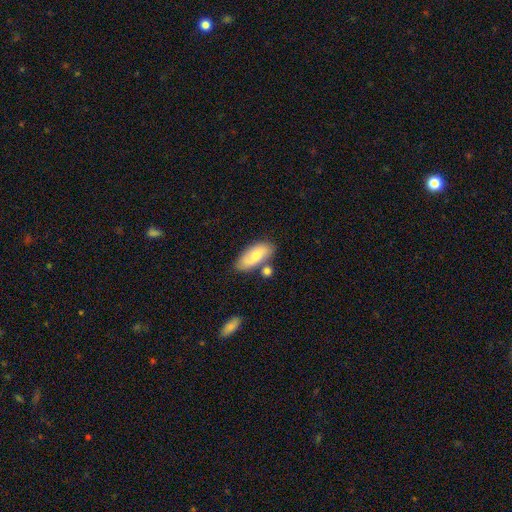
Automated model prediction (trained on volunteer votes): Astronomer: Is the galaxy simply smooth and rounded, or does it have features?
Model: smooth — 67%.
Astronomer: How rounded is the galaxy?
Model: in between — 86%.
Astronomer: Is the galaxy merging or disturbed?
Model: none — 66%.